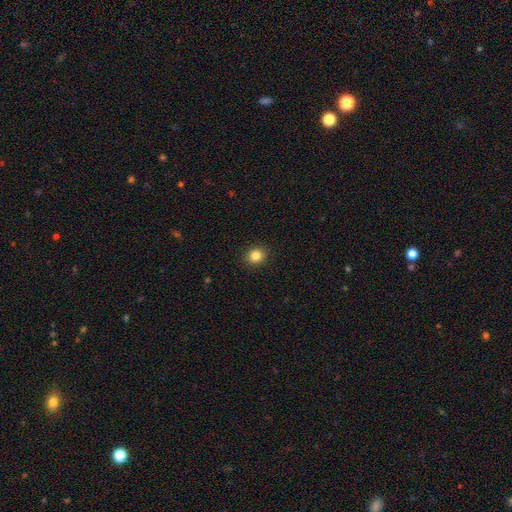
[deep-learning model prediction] Smooth or featured?
  - smooth: 85% *
  - star or artifact: 11%
  - featured or disk: 5%
How rounded?
  - round: 83% *
  - in between: 16%
  - cigar-shaped: 1%
Merging?
  - none: 92% *
  - minor disturbance: 6%
  - major disturbance: 2%
  - merger: 1%